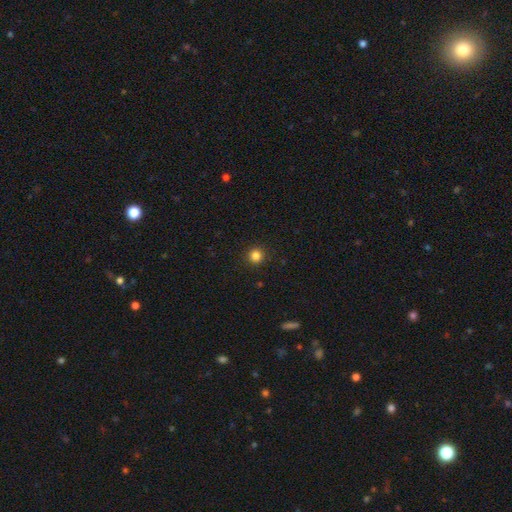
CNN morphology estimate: smooth-or-featured: smooth: 84% | star or artifact: 12% | featured or disk: 4%
  how-rounded: round: 95% | in between: 4% | cigar-shaped: 1%
  merging: none: 92% | minor disturbance: 5% | major disturbance: 2% | merger: 1%